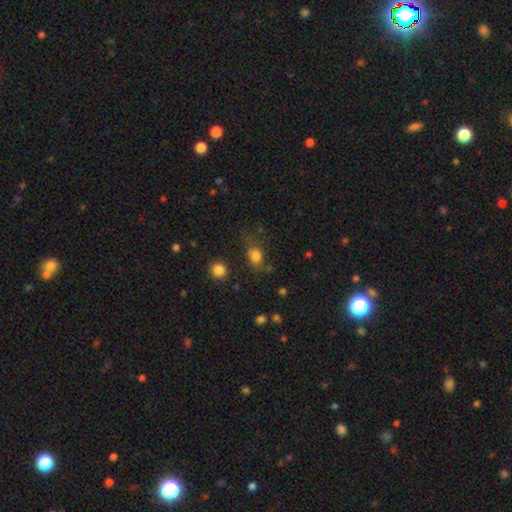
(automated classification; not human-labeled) smooth 79%, star or artifact 13%, featured or disk 8%. Down the decision tree: how rounded — in between (54%); merging — none (56%).